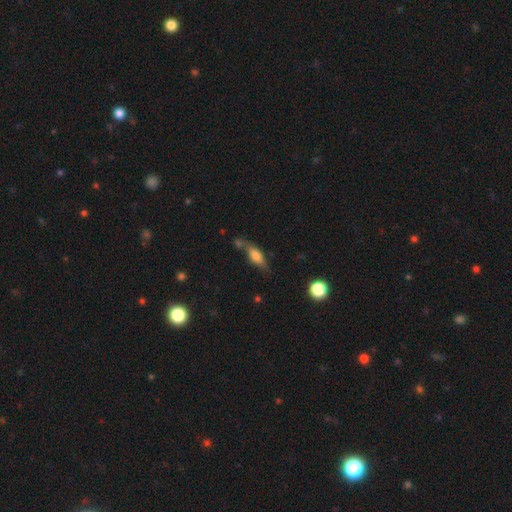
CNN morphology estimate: Smooth or featured?
  - smooth: 62% *
  - featured or disk: 29%
  - star or artifact: 9%
How rounded?
  - in between: 61% *
  - cigar-shaped: 35%
  - round: 4%
Merging?
  - none: 54% *
  - minor disturbance: 21%
  - merger: 17%
  - major disturbance: 8%